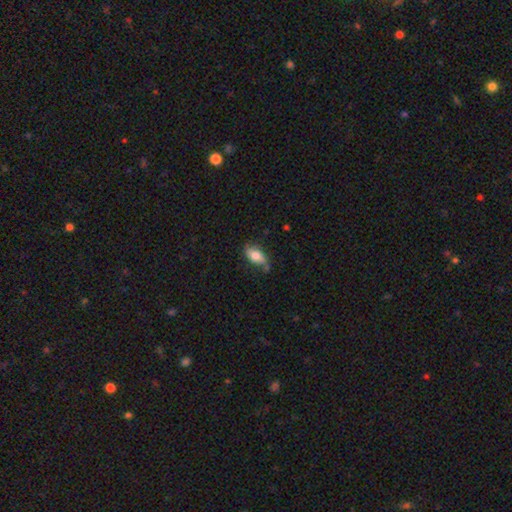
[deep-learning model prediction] Smooth or featured: smooth — 74% (featured or disk — 19%)
How rounded: in between — 85% (cigar-shaped — 11%)
Merging: none — 66% (minor disturbance — 24%)